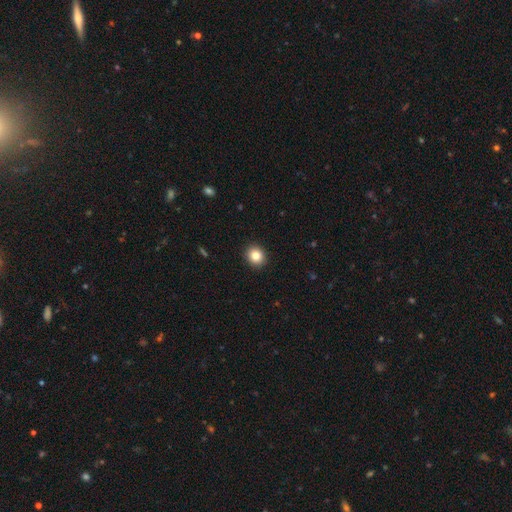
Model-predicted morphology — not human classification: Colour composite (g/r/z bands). It shows a smooth galaxy with no disk features (83%) that is round (78%). Merging: none (92%).